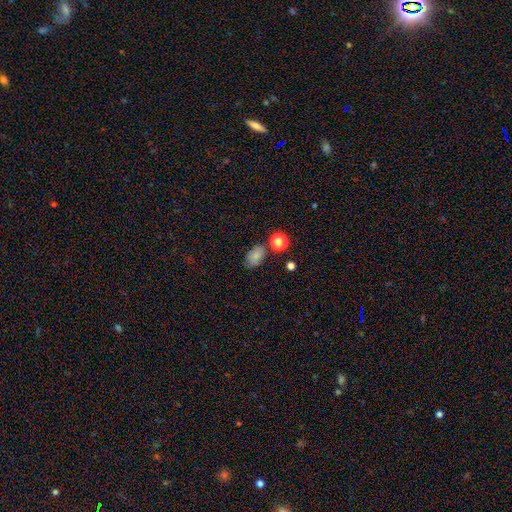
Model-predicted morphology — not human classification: The model was most divided on "merging": none: 69%, minor disturbance: 18%, merger: 7%, major disturbance: 5%. More confident: how rounded — in between (87%); smooth or featured — smooth (80%).